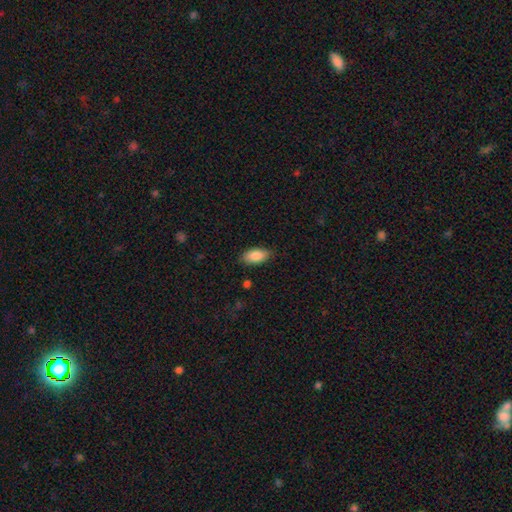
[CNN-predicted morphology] type=smooth (87%); roundness=in between (92%); merging=none (84%).